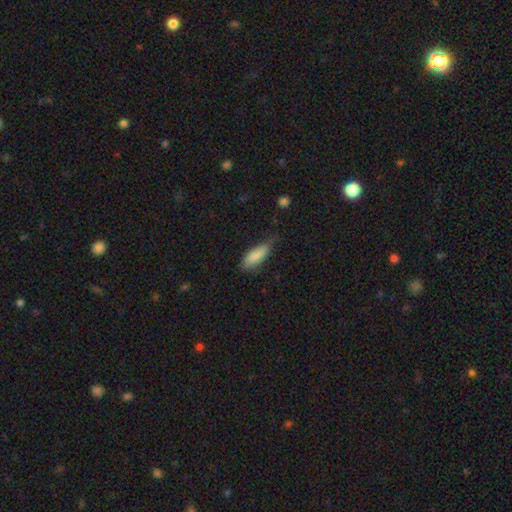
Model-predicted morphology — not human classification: Overall: smooth (85%). How rounded: in between (70%). Merging: none (57%; minor disturbance 34%).